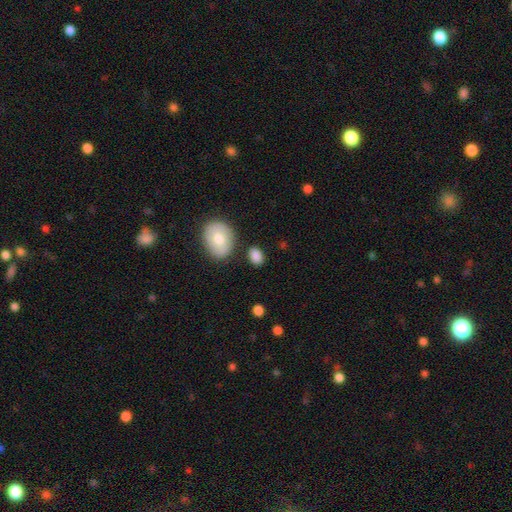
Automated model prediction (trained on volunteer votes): A smooth galaxy with no disk features (87%) that is in between round and cigar-shaped (74%). Merging: none (77%).